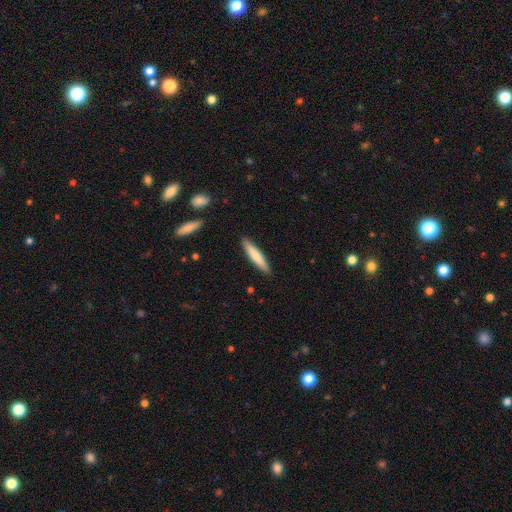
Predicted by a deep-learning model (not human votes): Overall: smooth (73%). How rounded: cigar-shaped (88%). Merging: none (90%).